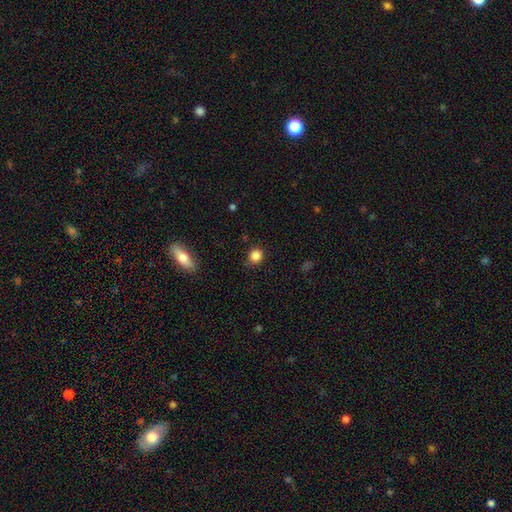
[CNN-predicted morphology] Smooth or featured? smooth (86%)
How rounded? round (89%)
Merging? none (85%)